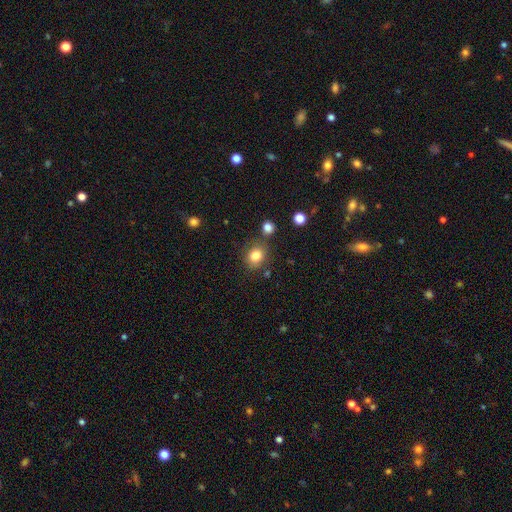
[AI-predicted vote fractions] This is clearly a smooth galaxy (82%). How rounded: likely round (69%). Merging: likely none (76%).